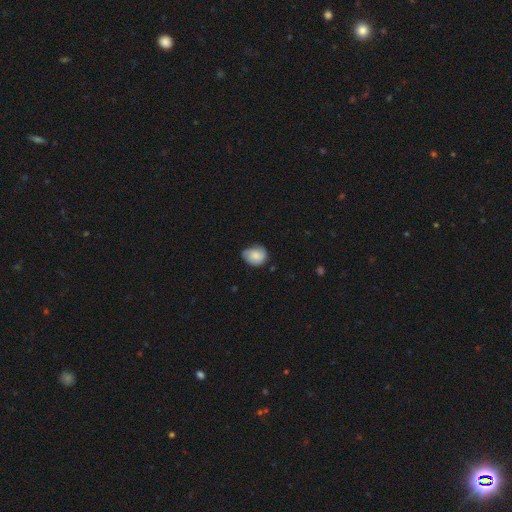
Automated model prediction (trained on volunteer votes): A smooth galaxy with no disk features (69%) that is round (62%).

Vote fractions:
- Smooth or featured? smooth: 69% / featured or disk: 24% / star or artifact: 7%
- How rounded? round: 62% / in between: 37% / cigar-shaped: 1%
- Merging? none: 65% / minor disturbance: 28% / major disturbance: 6% / merger: 1%